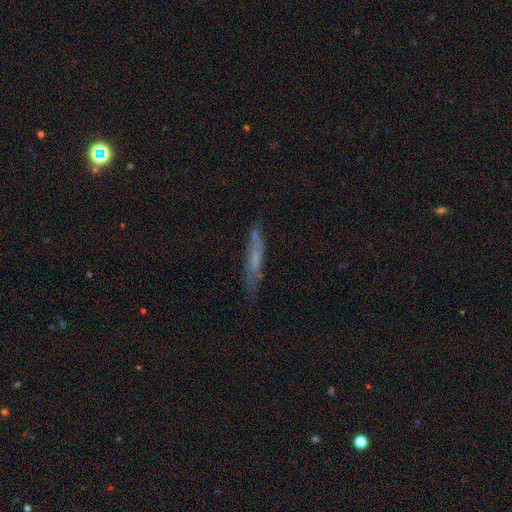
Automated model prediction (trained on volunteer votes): The model was most divided on "smooth or featured": smooth: 50%, featured or disk: 40%, star or artifact: 10%. More confident: how rounded — cigar-shaped (88%); merging — none (67%).